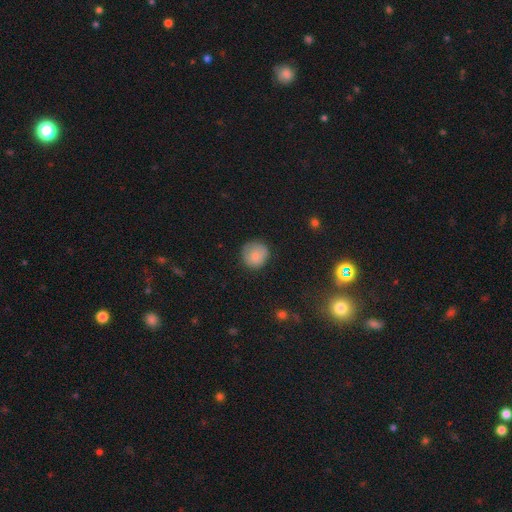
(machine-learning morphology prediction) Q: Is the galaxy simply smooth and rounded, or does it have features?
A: smooth — 83%.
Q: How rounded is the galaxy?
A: round — 93%.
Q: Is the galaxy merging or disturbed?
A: none — 81%.